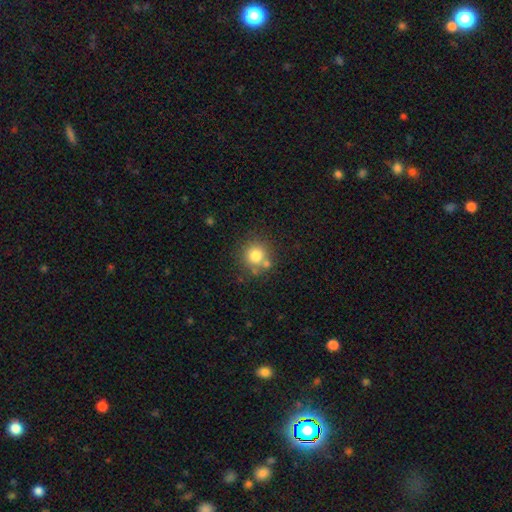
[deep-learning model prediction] smooth 78%, star or artifact 12%, featured or disk 10%. Down the decision tree: how rounded — round (92%); merging — none (70%).